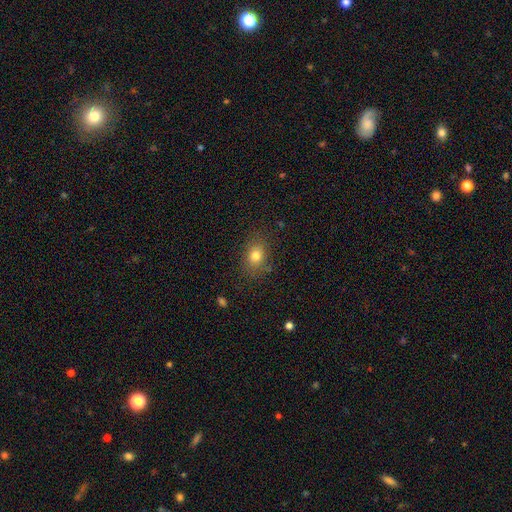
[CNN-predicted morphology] Smooth or featured: smooth — 78% (star or artifact — 12%)
How rounded: in between — 56% (round — 43%)
Merging: none — 81% (minor disturbance — 13%)